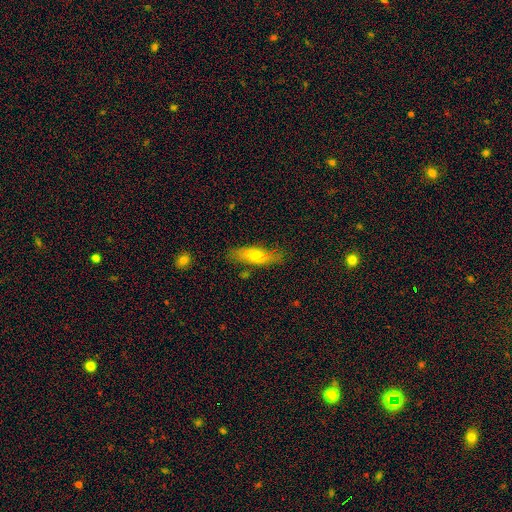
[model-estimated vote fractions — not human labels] Q: Smooth or featured?
A: smooth (61%); runner-up: featured or disk (32%)
Q: How rounded?
A: in between (50%); runner-up: cigar-shaped (47%)
Q: Merging?
A: none (76%); runner-up: minor disturbance (17%)